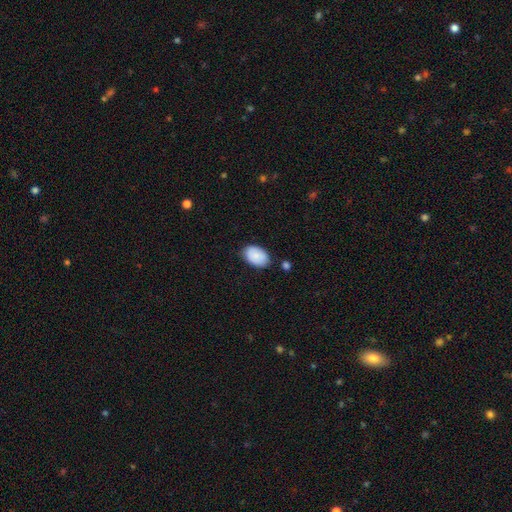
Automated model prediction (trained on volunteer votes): A smooth galaxy with no disk features (86%) that is in between round and cigar-shaped (92%). Merging: none (78%).